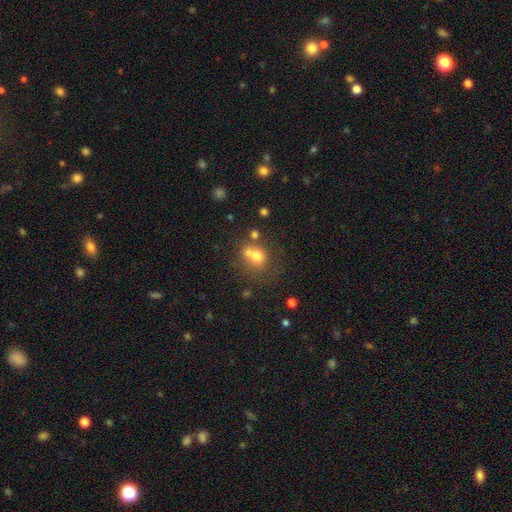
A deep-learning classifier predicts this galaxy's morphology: A smooth galaxy with no disk features (68%) that is round (75%).

Vote fractions:
- Smooth or featured? smooth: 68% / featured or disk: 17% / star or artifact: 15%
- How rounded? round: 75% / in between: 24% / cigar-shaped: 1%
- Merging? merger: 43% / none: 41% / minor disturbance: 10% / major disturbance: 6%